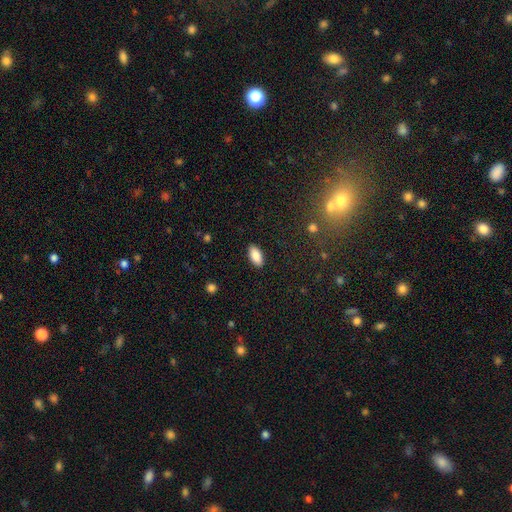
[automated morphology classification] This appears to be a smooth galaxy with no disk features (86%) that is in between round and cigar-shaped (90%). Merging: none (89%).